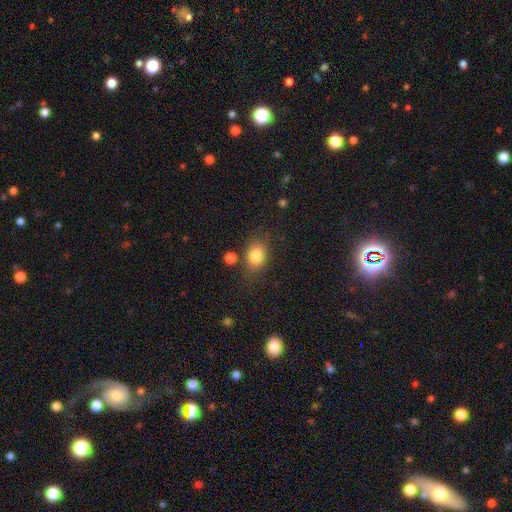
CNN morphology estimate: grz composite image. It shows a smooth galaxy with no disk features (83%) that is in between round and cigar-shaped (68%). Merging: none (72%).